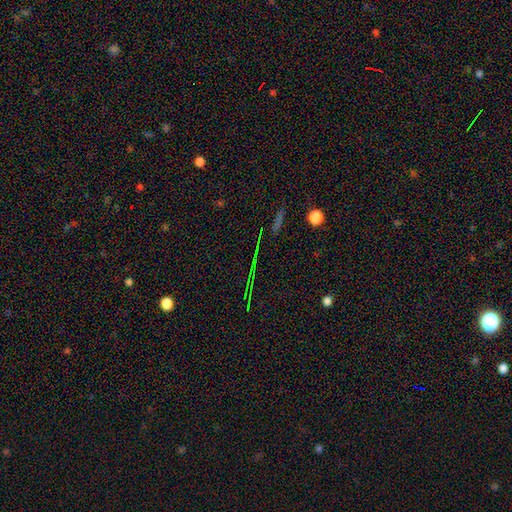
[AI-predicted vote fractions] The model was most divided on "smooth or featured": star or artifact: 66%, featured or disk: 17%, smooth: 16%.